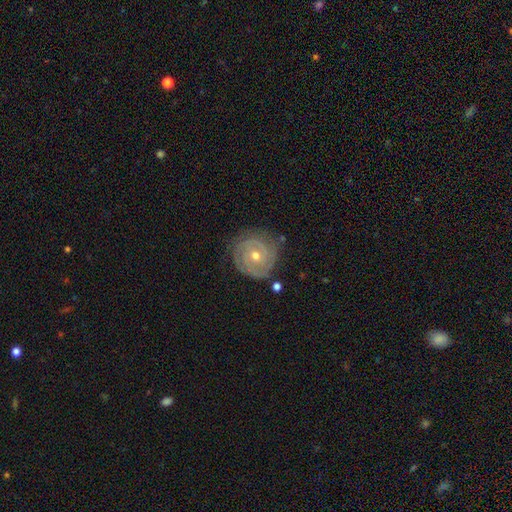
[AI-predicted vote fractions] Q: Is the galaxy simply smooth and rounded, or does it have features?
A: featured or disk — 85%.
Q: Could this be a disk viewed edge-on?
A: no — 97%.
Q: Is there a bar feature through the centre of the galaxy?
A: no — 70%.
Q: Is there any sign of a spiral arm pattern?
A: yes — 95%.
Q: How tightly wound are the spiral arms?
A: tight — 83%.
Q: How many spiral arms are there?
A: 2 — 42%.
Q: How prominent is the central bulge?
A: moderate — 57%.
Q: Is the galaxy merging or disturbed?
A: none — 78%.